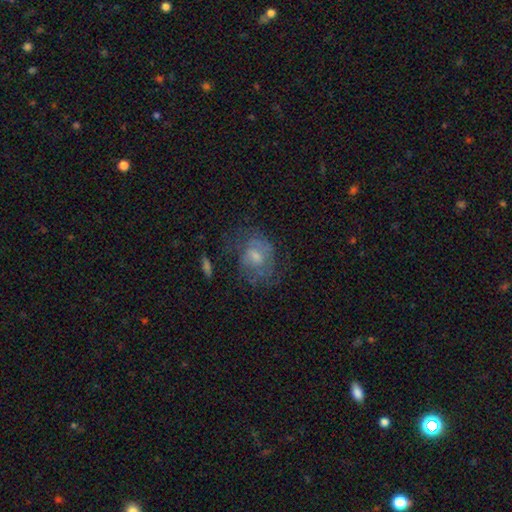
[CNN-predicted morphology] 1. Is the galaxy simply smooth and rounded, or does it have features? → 49% featured or disk, 40% smooth, 11% star or artifact.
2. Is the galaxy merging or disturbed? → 52% none, 24% minor disturbance, 22% major disturbance, 3% merger.